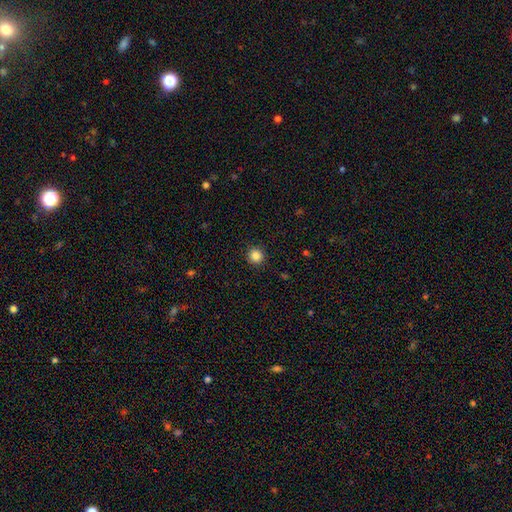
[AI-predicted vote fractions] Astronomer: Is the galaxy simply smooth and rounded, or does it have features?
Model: smooth — 85%.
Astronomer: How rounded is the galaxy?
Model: round — 93%.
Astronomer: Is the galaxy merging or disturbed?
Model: none — 92%.